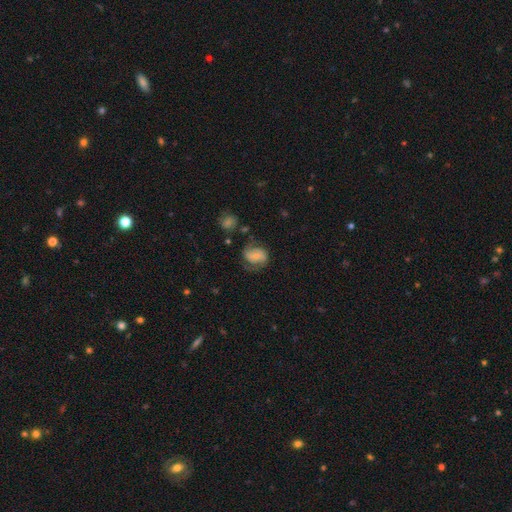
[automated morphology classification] Q: Smooth or featured?
A: featured or disk (52%); runner-up: smooth (40%)
Q: Edge-on disk?
A: no (97%); runner-up: yes (3%)
Q: Bar?
A: no (50%); runner-up: weak (36%)
Q: Spiral arms?
A: yes (83%); runner-up: no (17%)
Q: Bulge size?
A: small (54%); runner-up: moderate (27%)
Q: Merging?
A: none (53%); runner-up: minor disturbance (25%)